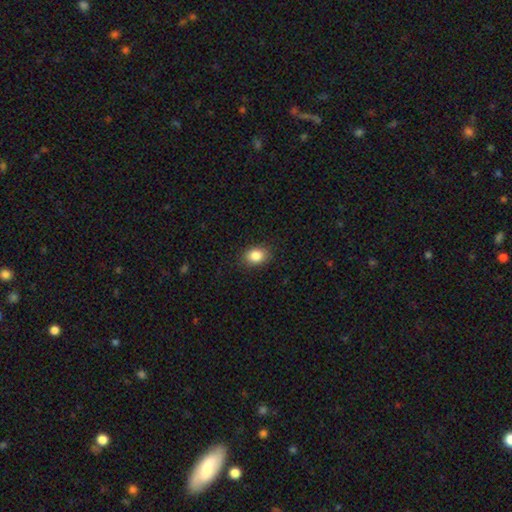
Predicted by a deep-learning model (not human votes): Morphology: type=smooth (86%); roundness=in between (62%); merging=none (87%).